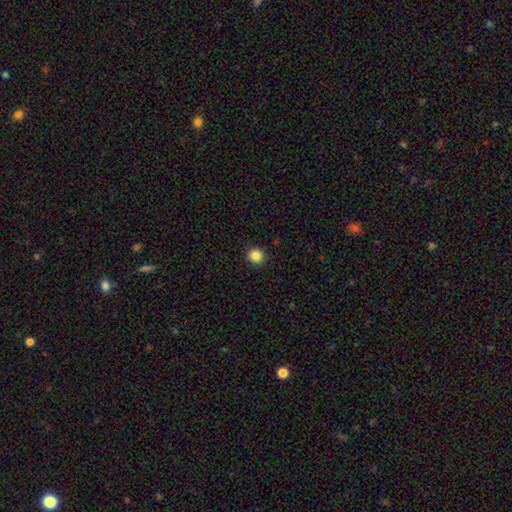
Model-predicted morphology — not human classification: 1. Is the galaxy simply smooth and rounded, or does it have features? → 85% smooth, 11% star or artifact, 4% featured or disk.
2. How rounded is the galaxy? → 93% round, 6% in between, 1% cigar-shaped.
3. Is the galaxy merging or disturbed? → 93% none, 5% minor disturbance, 2% major disturbance, 1% merger.